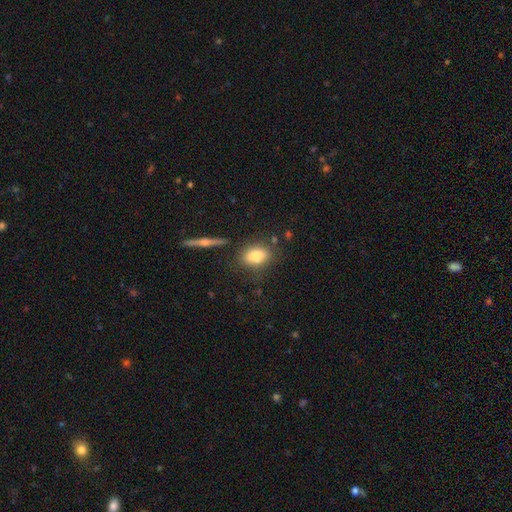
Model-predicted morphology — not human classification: Q: Smooth or featured?
A: smooth (81%); runner-up: featured or disk (10%)
Q: How rounded?
A: in between (78%); runner-up: round (18%)
Q: Merging?
A: none (74%); runner-up: minor disturbance (16%)